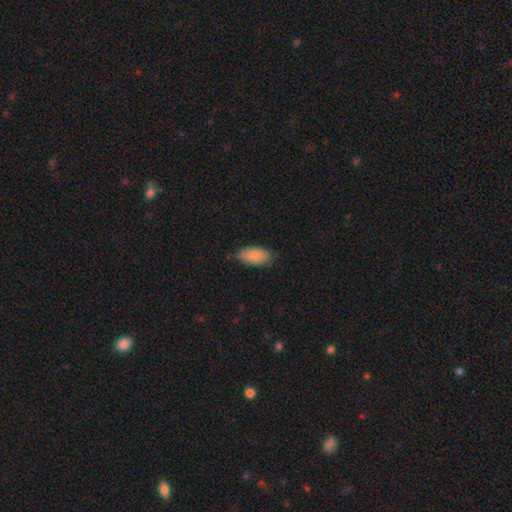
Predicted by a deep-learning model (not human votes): smooth_or_featured: smooth (p=0.87) [alt: featured or disk p=0.07]
how_rounded: in between (p=0.93) [alt: cigar-shaped p=0.05]
merging: none (p=0.72) [alt: minor disturbance p=0.23]